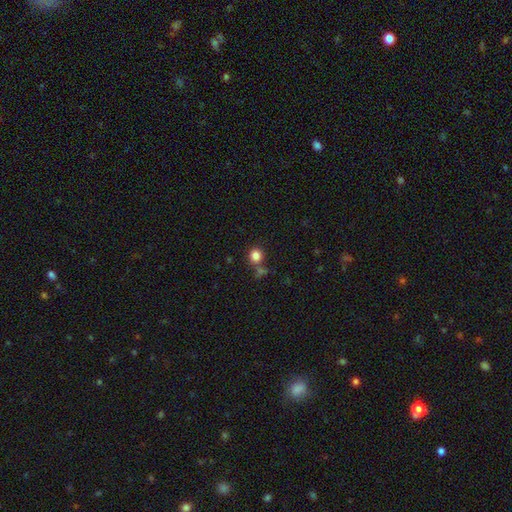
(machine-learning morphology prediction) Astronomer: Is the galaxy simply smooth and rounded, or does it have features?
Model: smooth — 83%.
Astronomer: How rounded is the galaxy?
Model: round — 88%.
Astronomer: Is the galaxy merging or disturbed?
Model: none — 71%.